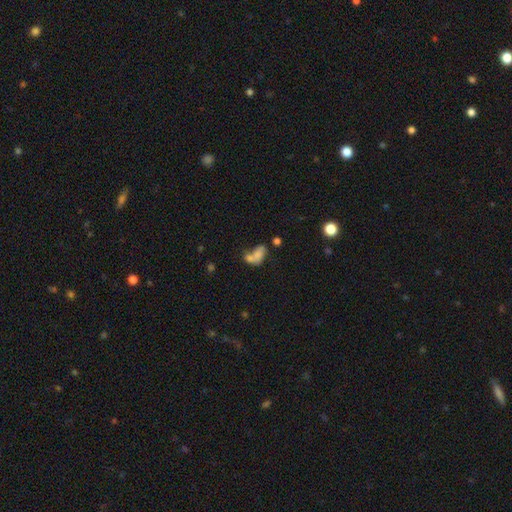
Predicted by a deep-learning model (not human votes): Overall: smooth (68%). How rounded: in between (81%). Merging: merger (58%; none 21%).